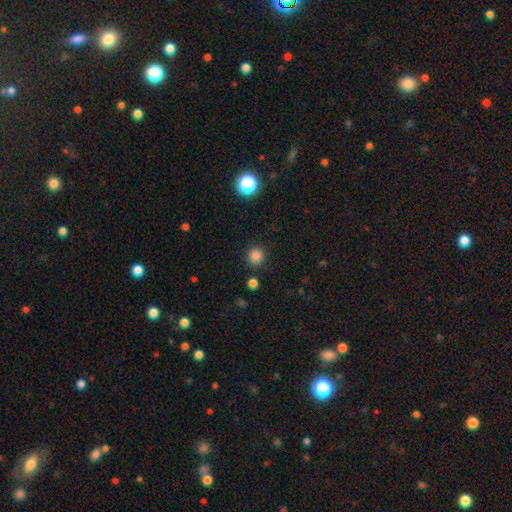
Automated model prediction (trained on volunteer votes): Morphology: type=smooth (83%); roundness=round (90%); merging=none (86%).